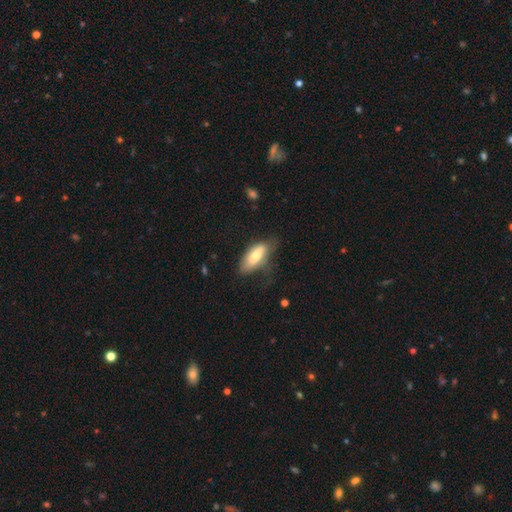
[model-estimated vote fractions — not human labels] Q: Smooth or featured?
A: smooth (65%); runner-up: featured or disk (29%)
Q: How rounded?
A: in between (81%); runner-up: cigar-shaped (16%)
Q: Merging?
A: none (52%); runner-up: minor disturbance (31%)